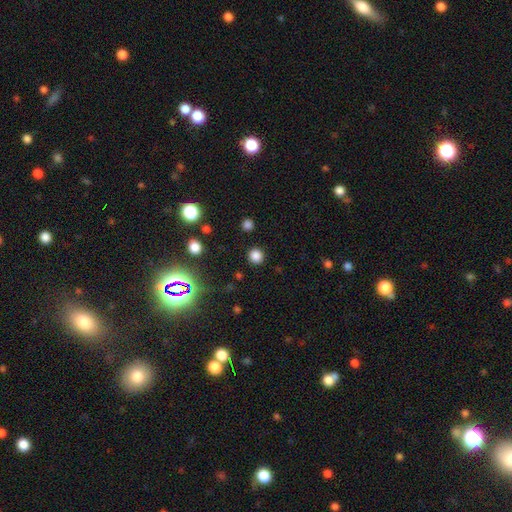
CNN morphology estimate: Overall: smooth (81%). How rounded: round (92%). Merging: none (90%).